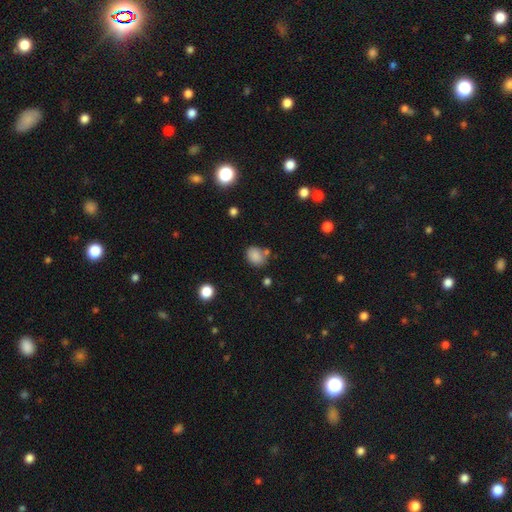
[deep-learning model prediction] smooth_or_featured: smooth (p=0.84) [alt: star or artifact p=0.10]
how_rounded: in between (p=0.55) [alt: round p=0.44]
merging: none (p=0.69) [alt: minor disturbance p=0.17]